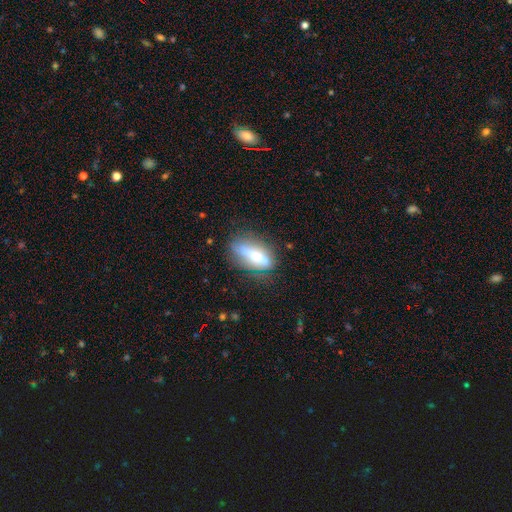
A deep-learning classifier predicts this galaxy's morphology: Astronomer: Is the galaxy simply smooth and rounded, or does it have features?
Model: smooth — 50% (runner-up: featured or disk, 41%).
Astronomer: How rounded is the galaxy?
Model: in between — 55% (runner-up: cigar-shaped, 41%).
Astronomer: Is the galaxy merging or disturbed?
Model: none — 63%.